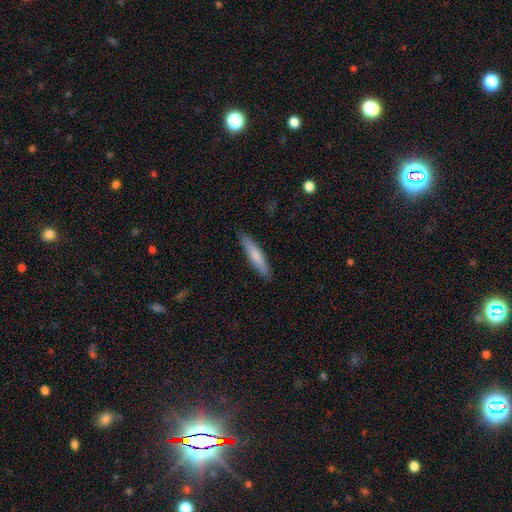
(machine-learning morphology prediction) type=smooth (72%); roundness=cigar-shaped (88%); merging=none (89%).